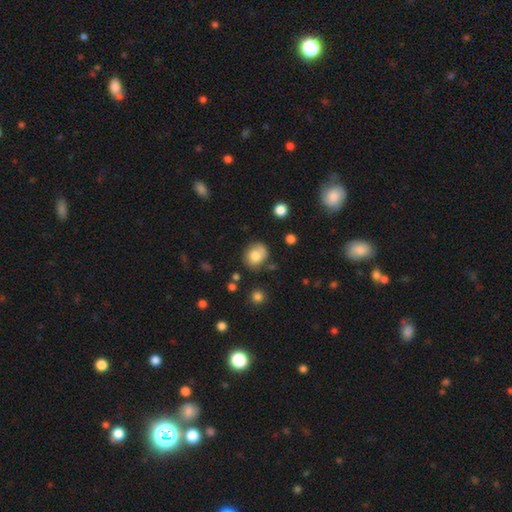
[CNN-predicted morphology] smooth 74%, featured or disk 15%, star or artifact 10%. Down the decision tree: how rounded — round (60%); merging — none (59%).